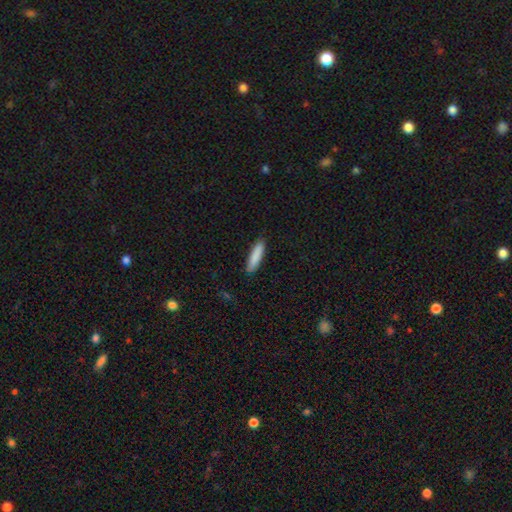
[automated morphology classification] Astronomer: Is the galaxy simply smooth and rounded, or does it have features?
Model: smooth — 87%.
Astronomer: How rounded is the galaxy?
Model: cigar-shaped — 78%.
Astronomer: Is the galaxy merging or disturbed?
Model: none — 88%.